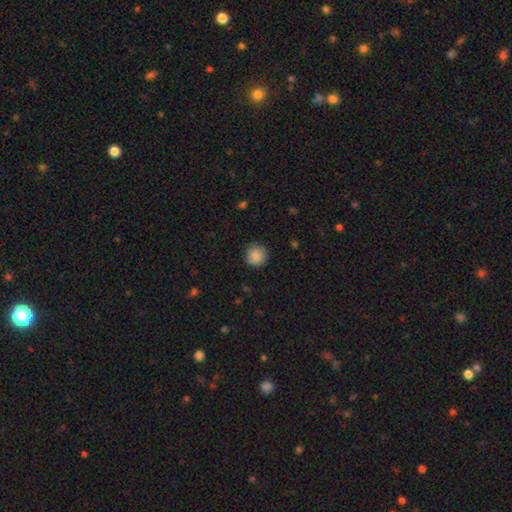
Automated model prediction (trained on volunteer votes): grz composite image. It shows a smooth galaxy with no disk features (88%) that is round (93%). Merging: none (89%).